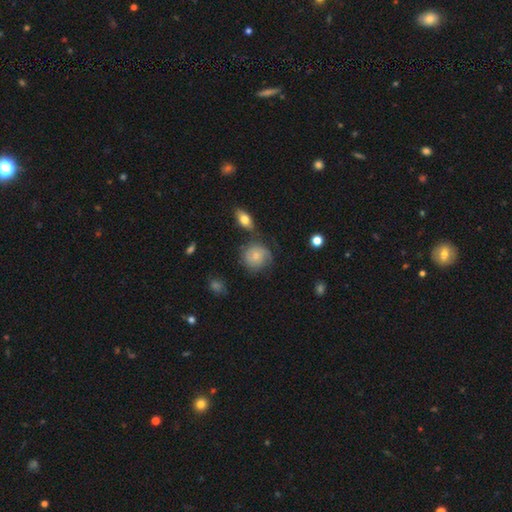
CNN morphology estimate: type=smooth (51%); roundness=round (80%); merging=none (59%).